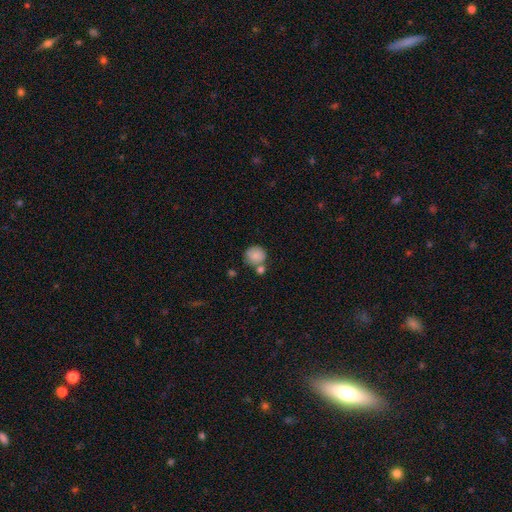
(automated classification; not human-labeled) Q: Smooth or featured?
A: smooth (84%); runner-up: star or artifact (8%)
Q: How rounded?
A: round (89%); runner-up: in between (11%)
Q: Merging?
A: none (60%); runner-up: merger (24%)